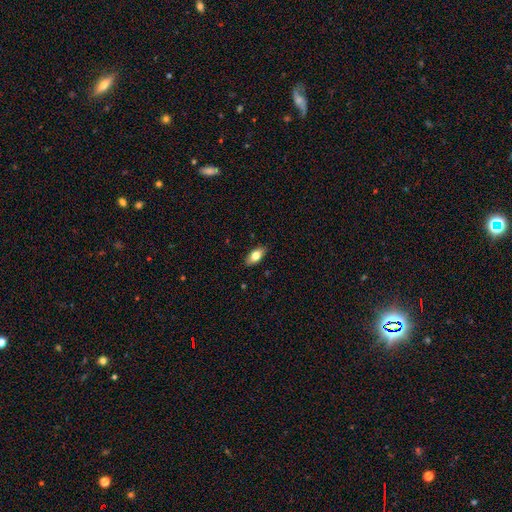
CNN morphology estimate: A smooth galaxy with no disk features (77%) that is in between round and cigar-shaped (89%). Merging: none (88%).